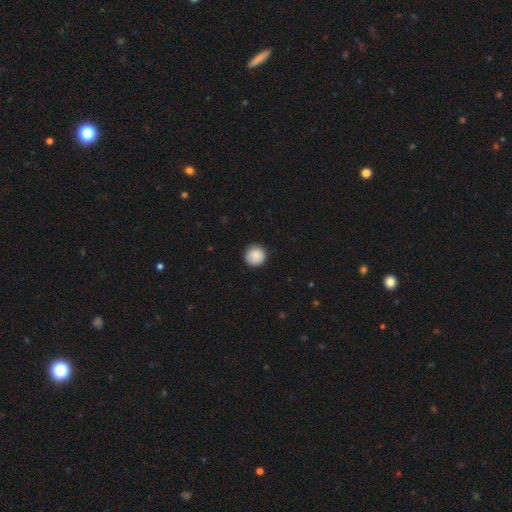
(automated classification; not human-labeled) A smooth galaxy with no disk features (87%) that is round (95%).

Vote fractions:
- Smooth or featured? smooth: 87% / star or artifact: 7% / featured or disk: 6%
- How rounded? round: 95% / in between: 4% / cigar-shaped: 1%
- Merging? none: 89% / minor disturbance: 8% / major disturbance: 2% / merger: 1%